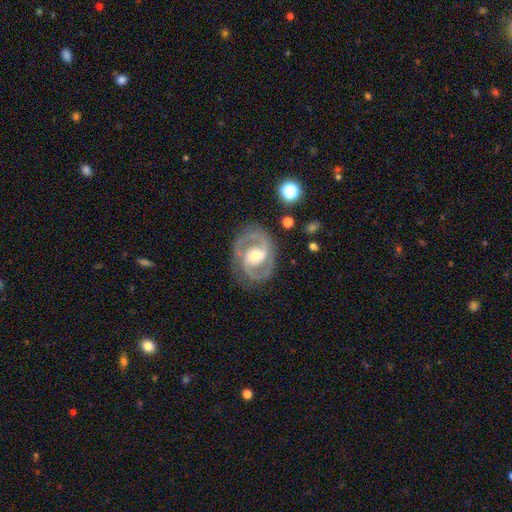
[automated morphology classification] Smooth or featured?
  - featured or disk: 88% *
  - smooth: 7%
  - star or artifact: 5%
Edge-on disk?
  - no: 97% *
  - yes: 3%
Bar?
  - weak: 42% *
  - no: 33%
  - strong: 25%
Spiral arms?
  - yes: 95% *
  - no: 5%
Spiral winding?
  - medium: 55% *
  - tight: 34%
  - loose: 11%
Spiral arm count?
  - 2: 90% *
  - can't tell: 4%
  - 3: 2%
  - 1: 2%
  - 4: 1%
  - more than 4: 1%
Bulge size?
  - moderate: 60% *
  - small: 30%
  - large: 7%
  - none: 1%
  - dominant: 1%
Merging?
  - none: 81% *
  - minor disturbance: 12%
  - major disturbance: 5%
  - merger: 2%